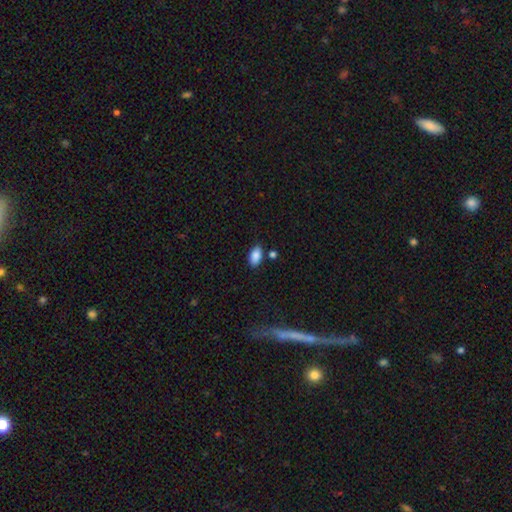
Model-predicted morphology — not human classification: Overall: smooth (87%). How rounded: in between (93%). Merging: none (78%).